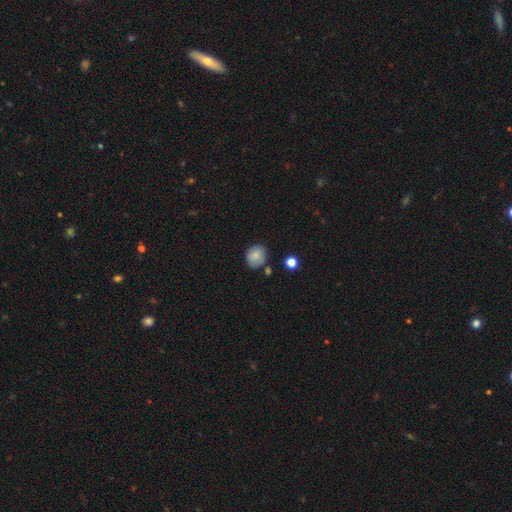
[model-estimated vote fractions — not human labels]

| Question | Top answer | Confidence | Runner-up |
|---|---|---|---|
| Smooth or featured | smooth | 81% | featured or disk (9%) |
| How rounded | round | 73% | in between (26%) |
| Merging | none | 74% | minor disturbance (17%) |